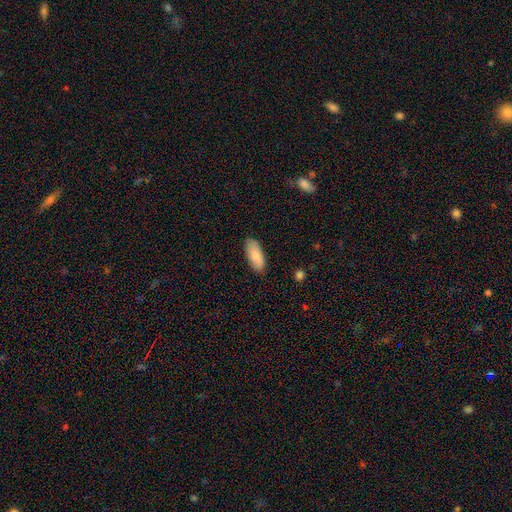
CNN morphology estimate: The model was most divided on "how rounded": in between: 83%, cigar-shaped: 15%, round: 2%. More confident: merging — none (85%); smooth or featured — smooth (84%).